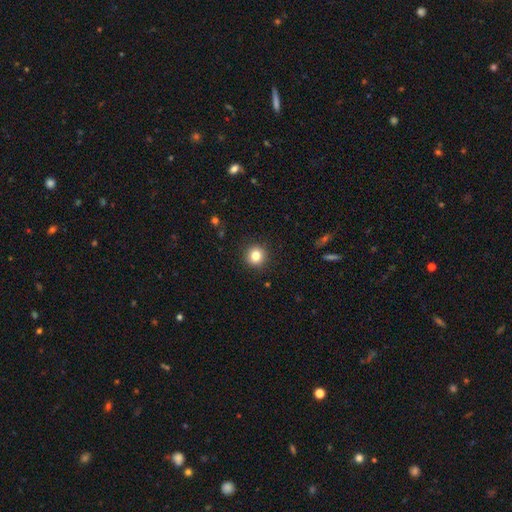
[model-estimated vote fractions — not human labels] Smooth or featured? smooth (83%)
How rounded? round (92%)
Merging? none (92%)